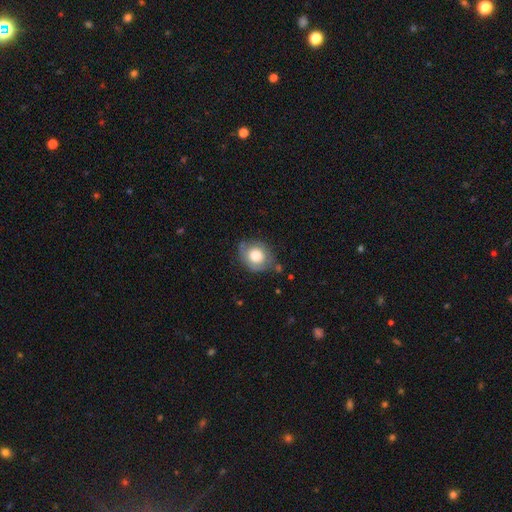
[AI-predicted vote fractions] This appears to be a smooth galaxy with no disk features (66%) that is round (65%). Merging: none (63%).